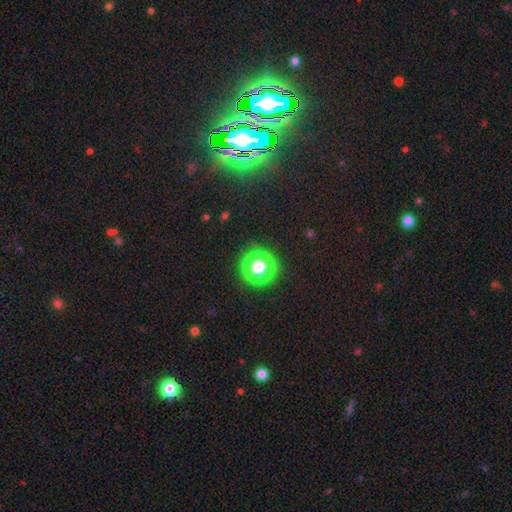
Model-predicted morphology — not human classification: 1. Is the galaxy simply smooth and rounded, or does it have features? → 76% star or artifact, 18% smooth, 7% featured or disk.